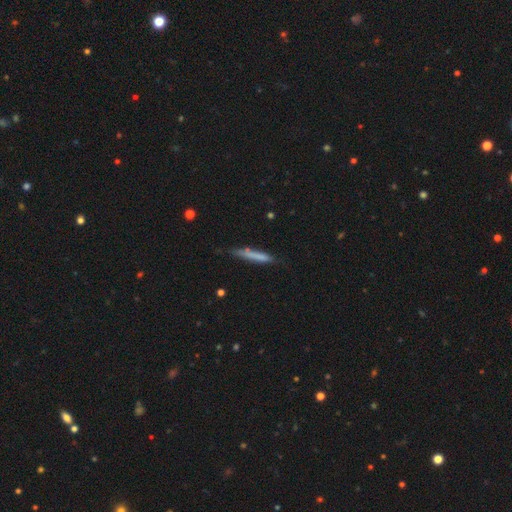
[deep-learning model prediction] This appears to be a smooth galaxy with no disk features (70%) that is cigar-shaped (93%). Merging: none (68%).